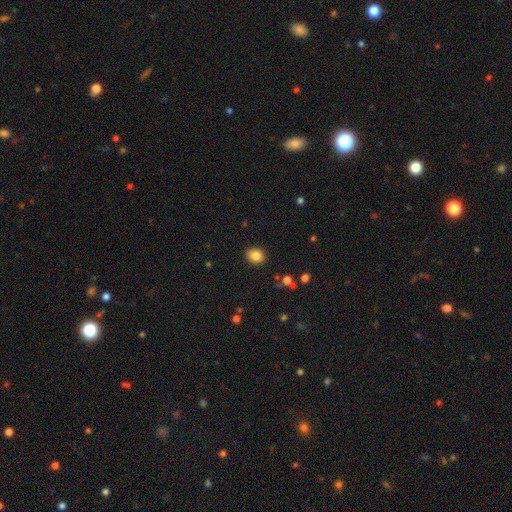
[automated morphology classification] smooth-or-featured: smooth: 84% | star or artifact: 10% | featured or disk: 6%
  how-rounded: round: 65% | in between: 35% | cigar-shaped: 1%
  merging: none: 91% | minor disturbance: 6% | major disturbance: 2% | merger: 1%